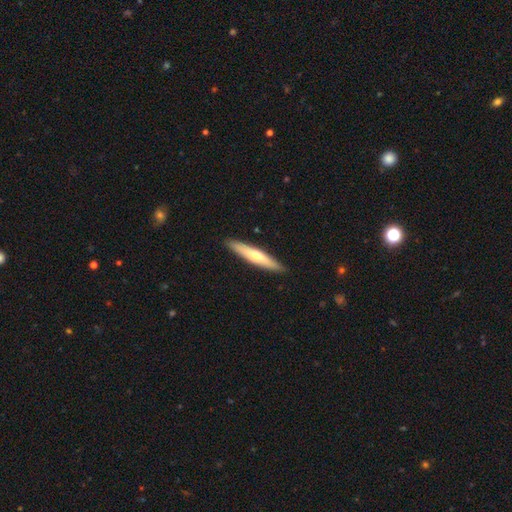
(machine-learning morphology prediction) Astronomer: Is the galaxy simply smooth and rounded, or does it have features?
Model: smooth — 52% (runner-up: featured or disk, 44%).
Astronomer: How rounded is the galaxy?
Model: cigar-shaped — 90%.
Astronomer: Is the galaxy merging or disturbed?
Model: none — 90%.